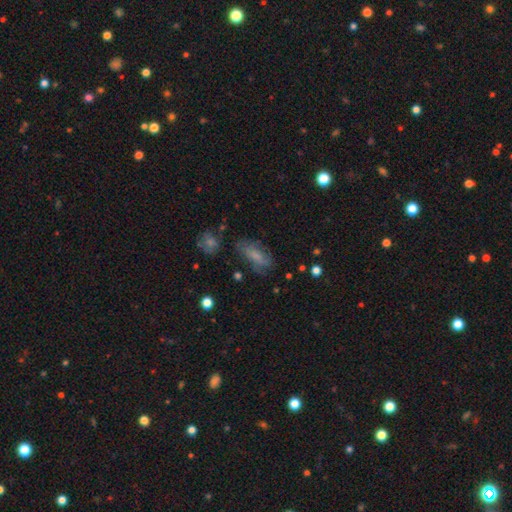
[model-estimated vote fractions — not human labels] Smooth or featured?
  - smooth: 57% *
  - featured or disk: 31%
  - star or artifact: 12%
How rounded?
  - in between: 77% *
  - cigar-shaped: 18%
  - round: 5%
Merging?
  - none: 60% *
  - minor disturbance: 24%
  - major disturbance: 13%
  - merger: 4%